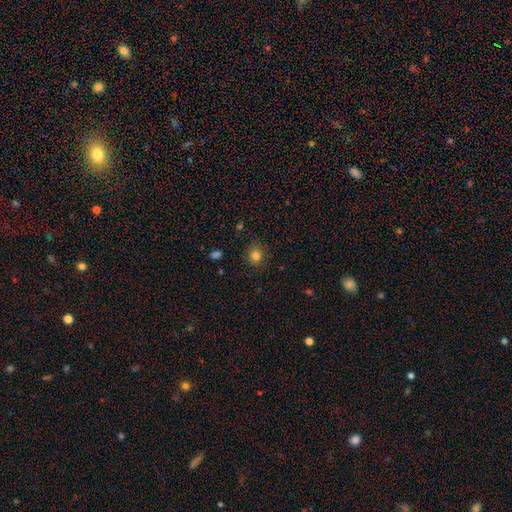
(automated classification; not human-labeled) smooth-or-featured: smooth: 82% | star or artifact: 13% | featured or disk: 5%
  how-rounded: round: 88% | in between: 11% | cigar-shaped: 1%
  merging: none: 87% | minor disturbance: 9% | major disturbance: 3% | merger: 1%